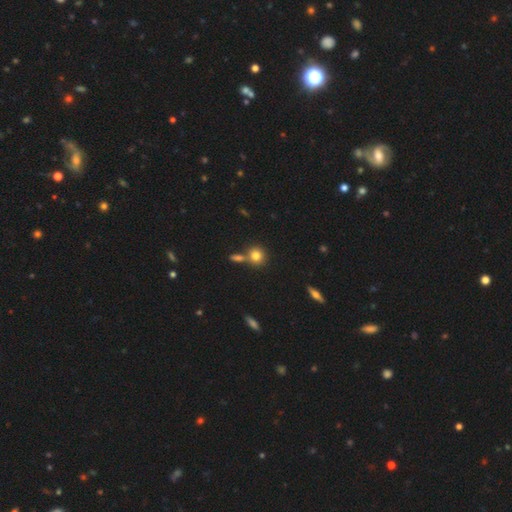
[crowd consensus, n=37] Smooth or featured?
  - smooth: 95% *
  - star or artifact: 5%
  - featured or disk: 0%
How rounded?
  - round: 74% *
  - in between: 23%
  - cigar-shaped: 3%
Merging?
  - none: 51% *
  - merger: 34%
  - minor disturbance: 11%
  - major disturbance: 3%